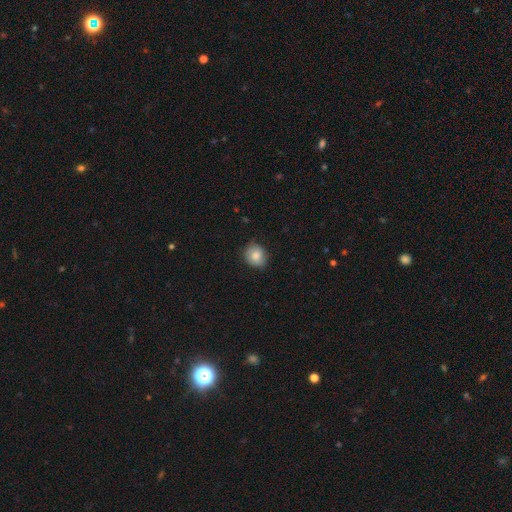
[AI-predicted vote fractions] Smooth or featured? smooth (82%)
How rounded? round (72%)
Merging? none (79%)